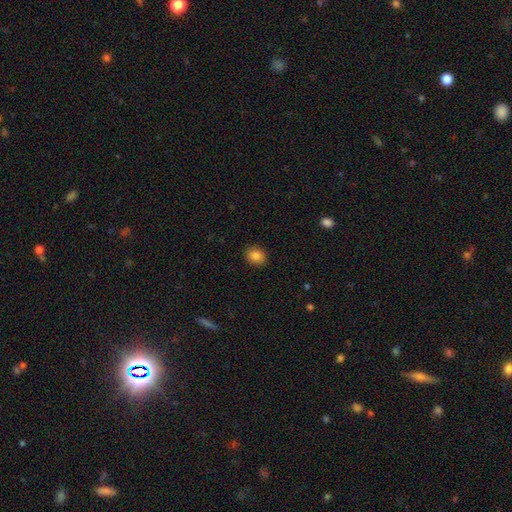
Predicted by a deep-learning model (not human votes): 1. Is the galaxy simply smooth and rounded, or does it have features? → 85% smooth, 10% star or artifact, 6% featured or disk.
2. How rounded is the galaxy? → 64% round, 35% in between, 1% cigar-shaped.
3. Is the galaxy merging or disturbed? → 90% none, 7% minor disturbance, 2% major disturbance, 1% merger.